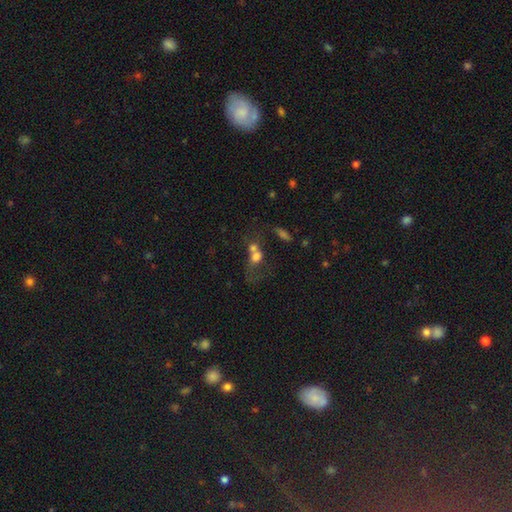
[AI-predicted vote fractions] Smooth or featured? Predicted: smooth (p=0.61). How rounded? Predicted: round (p=0.50). Merging? Predicted: merger (p=0.62).